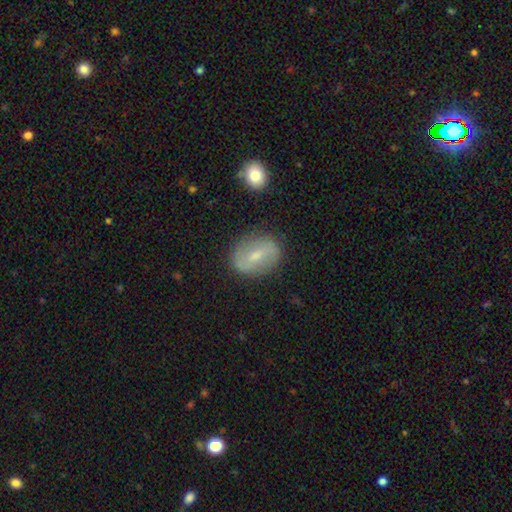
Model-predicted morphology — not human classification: The model was most divided on "bar": weak: 45%, strong: 38%, no: 17%. More confident: edge-on disk — no (95%); merging — none (82%); spiral arms — yes (63%); smooth or featured — featured or disk (55%); bulge size — small (52%).